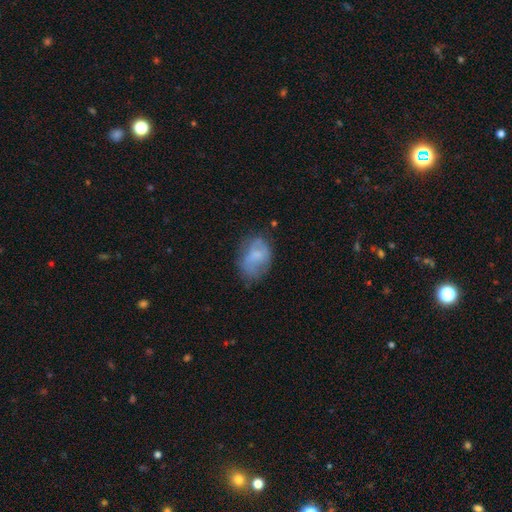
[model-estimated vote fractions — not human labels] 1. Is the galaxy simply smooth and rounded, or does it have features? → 61% smooth, 30% featured or disk, 9% star or artifact.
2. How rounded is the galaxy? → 81% in between, 18% round, 1% cigar-shaped.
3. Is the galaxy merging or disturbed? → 49% none, 31% minor disturbance, 18% major disturbance, 3% merger.